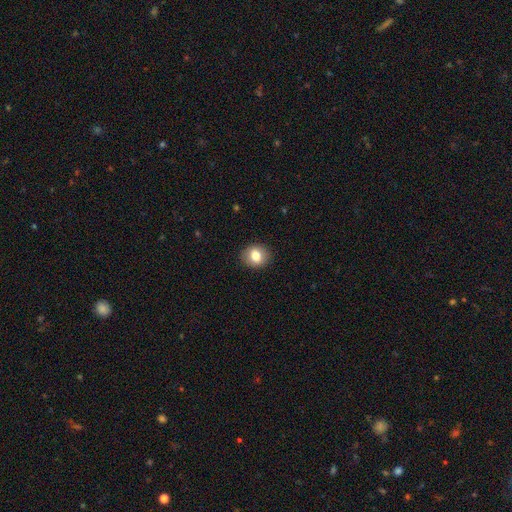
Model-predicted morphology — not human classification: type=smooth (80%); roundness=round (71%); merging=none (90%).